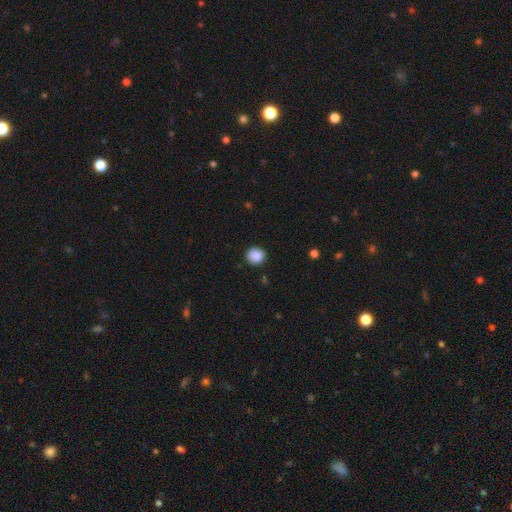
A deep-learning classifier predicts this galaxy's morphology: smooth 88%, star or artifact 9%, featured or disk 3%. Down the decision tree: how rounded — round (90%); merging — none (89%).